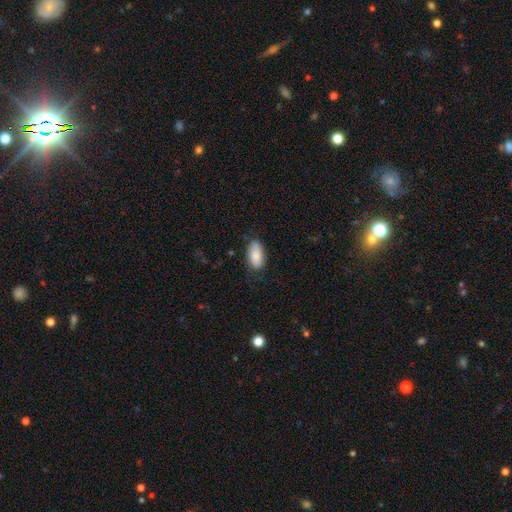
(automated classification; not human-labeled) This appears to be a smooth galaxy with no disk features (84%) that is in between round and cigar-shaped (92%). Merging: none (73%).